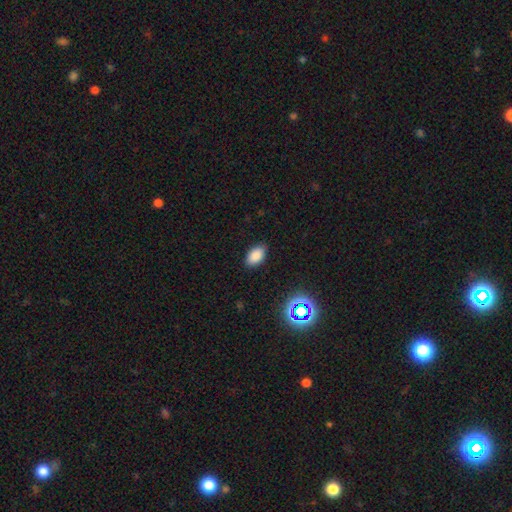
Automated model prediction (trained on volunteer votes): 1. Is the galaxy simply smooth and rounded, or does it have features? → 84% smooth, 11% star or artifact, 5% featured or disk.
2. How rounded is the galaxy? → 92% in between, 6% round, 2% cigar-shaped.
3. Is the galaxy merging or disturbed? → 86% none, 11% minor disturbance, 2% major disturbance, 1% merger.